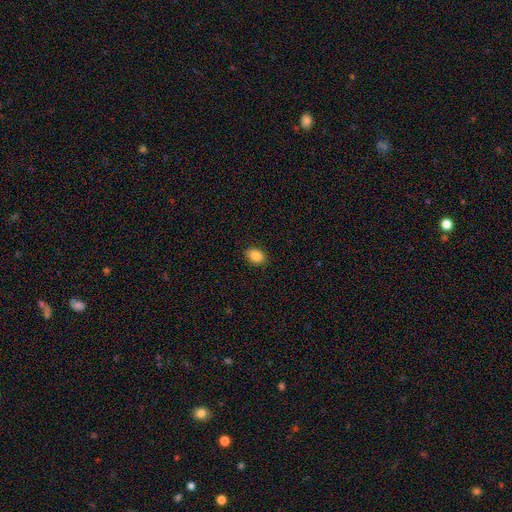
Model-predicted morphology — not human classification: Smooth or featured? Predicted: smooth (p=0.86). How rounded? Predicted: in between (p=0.78). Merging? Predicted: none (p=0.89).